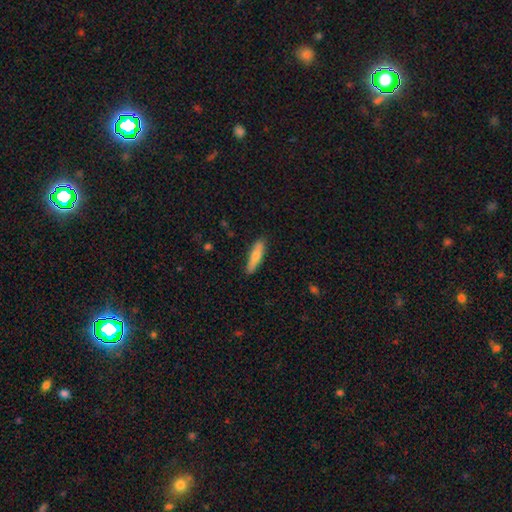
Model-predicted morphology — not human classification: Smooth or featured? smooth (70%)
How rounded? cigar-shaped (71%)
Merging? none (86%)